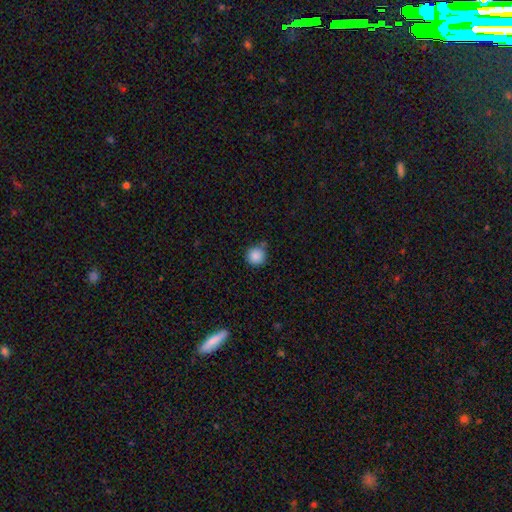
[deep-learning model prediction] The model was most divided on "merging": none: 75%, minor disturbance: 15%, merger: 7%, major disturbance: 3%. More confident: how rounded — round (94%); smooth or featured — smooth (87%).